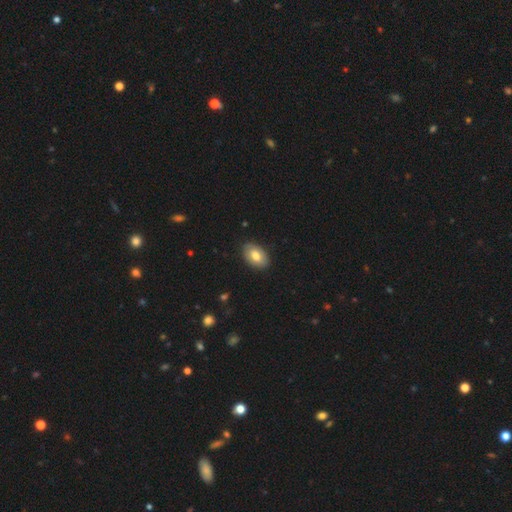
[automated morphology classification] smooth-or-featured: smooth: 75% | featured or disk: 19% | star or artifact: 6%
  how-rounded: in between: 92% | round: 7% | cigar-shaped: 1%
  merging: none: 86% | minor disturbance: 11% | major disturbance: 2% | merger: 1%